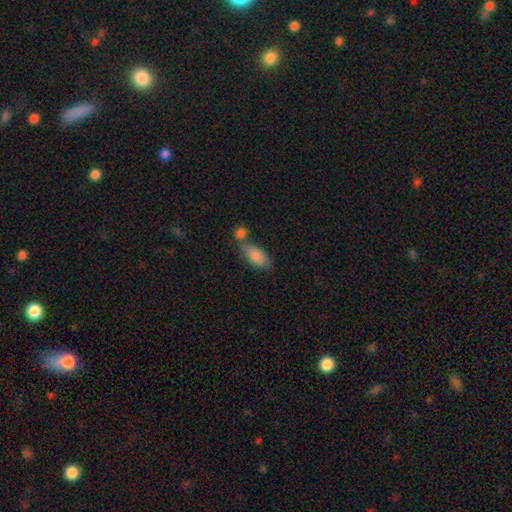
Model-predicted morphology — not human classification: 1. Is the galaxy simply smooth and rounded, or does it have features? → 83% smooth, 10% featured or disk, 7% star or artifact.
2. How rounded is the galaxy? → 91% in between, 6% cigar-shaped, 4% round.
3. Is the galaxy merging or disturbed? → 42% none, 36% merger, 16% minor disturbance, 6% major disturbance.